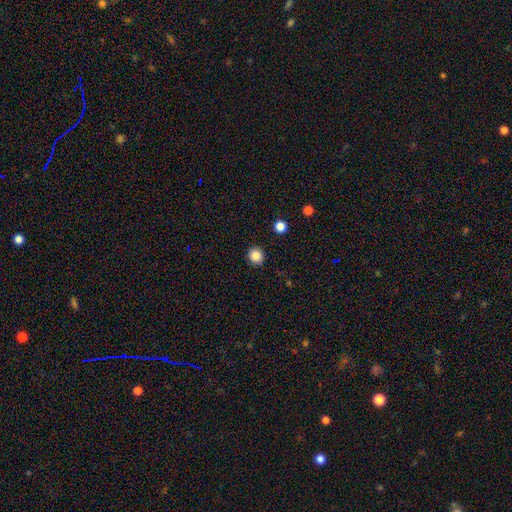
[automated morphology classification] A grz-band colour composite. It shows a smooth galaxy with no disk features (86%) that is round (83%). Merging: none (90%).